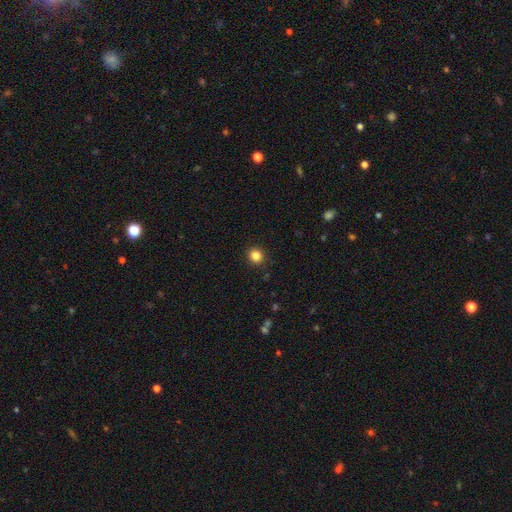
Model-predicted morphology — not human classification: A smooth galaxy with no disk features (84%) that is round (90%).

Vote fractions:
- Smooth or featured? smooth: 84% / star or artifact: 12% / featured or disk: 4%
- How rounded? round: 90% / in between: 9% / cigar-shaped: 1%
- Merging? none: 92% / minor disturbance: 5% / major disturbance: 2% / merger: 1%